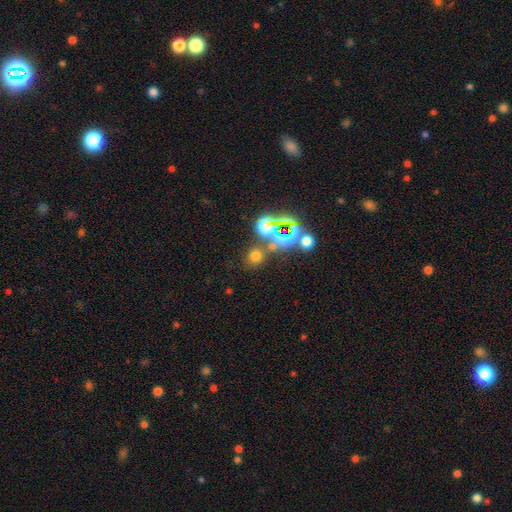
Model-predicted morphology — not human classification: Smooth or featured? smooth (59%)
How rounded? round (85%)
Merging? none (73%)